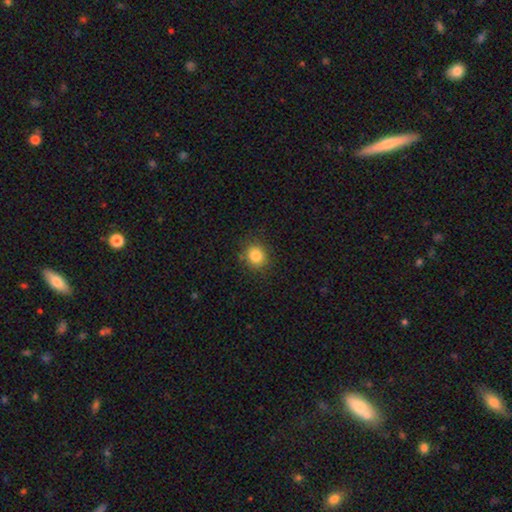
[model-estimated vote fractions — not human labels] smooth_or_featured: smooth (p=0.84) [alt: star or artifact p=0.11]
how_rounded: round (p=0.79) [alt: in between p=0.20]
merging: none (p=0.85) [alt: minor disturbance p=0.10]